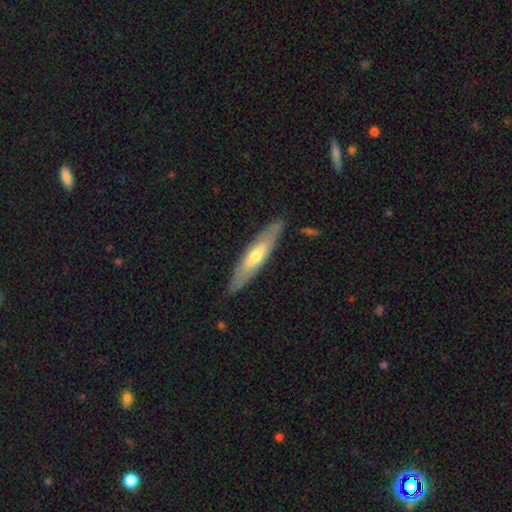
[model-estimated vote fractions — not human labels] Smooth or featured? featured or disk (53%)
Edge-on disk? yes (68%)
Merging? none (85%)